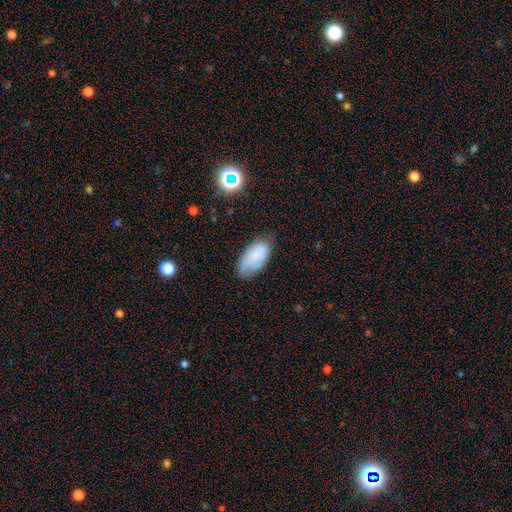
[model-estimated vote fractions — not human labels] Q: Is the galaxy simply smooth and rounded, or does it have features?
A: smooth — 76%.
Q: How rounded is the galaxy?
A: in between — 94%.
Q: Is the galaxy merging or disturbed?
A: none — 64%.